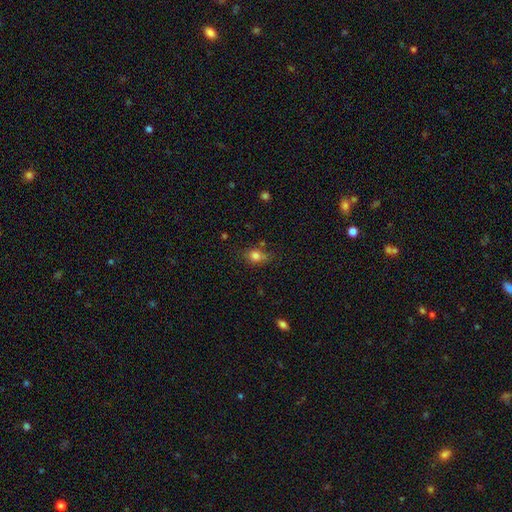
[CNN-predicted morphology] A smooth galaxy with no disk features (79%) that is in between round and cigar-shaped (49%). Merging: none (62%).